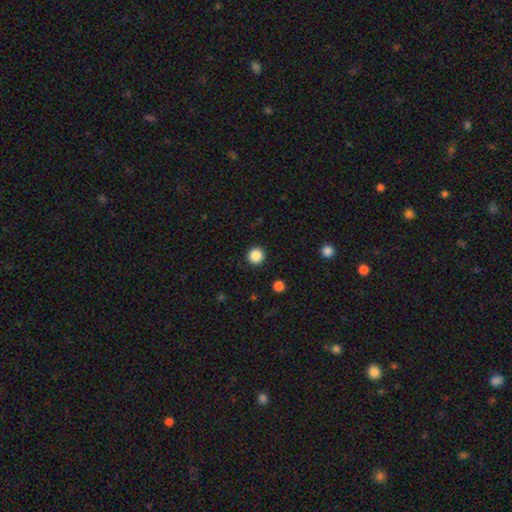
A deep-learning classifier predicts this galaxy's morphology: smooth_or_featured: smooth (p=0.87) [alt: star or artifact p=0.10]
how_rounded: round (p=0.95) [alt: in between p=0.04]
merging: none (p=0.92) [alt: minor disturbance p=0.05]